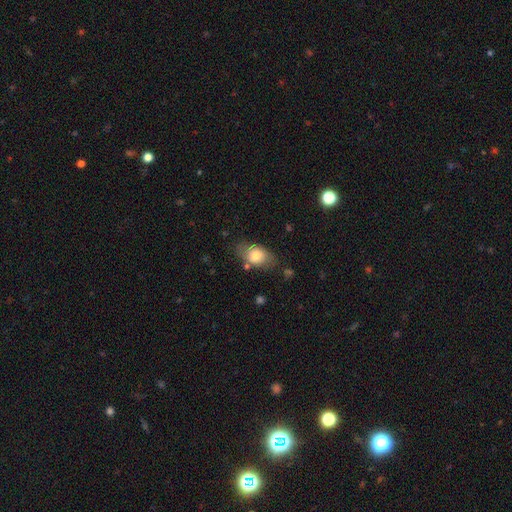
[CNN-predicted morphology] Smooth or featured? smooth (75%)
How rounded? in between (83%)
Merging? none (65%)